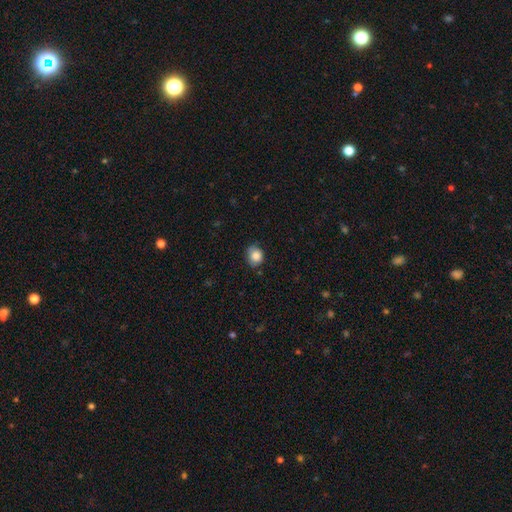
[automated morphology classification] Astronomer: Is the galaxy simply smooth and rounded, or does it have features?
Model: smooth — 83%.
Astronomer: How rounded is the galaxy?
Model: round — 67%.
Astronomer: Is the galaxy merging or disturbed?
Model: none — 72%.